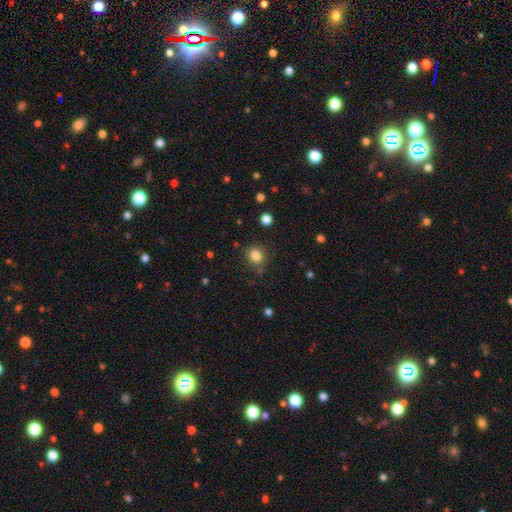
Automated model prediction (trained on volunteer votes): Q: Smooth or featured?
A: smooth (83%); runner-up: star or artifact (12%)
Q: How rounded?
A: round (87%); runner-up: in between (12%)
Q: Merging?
A: none (84%); runner-up: minor disturbance (9%)